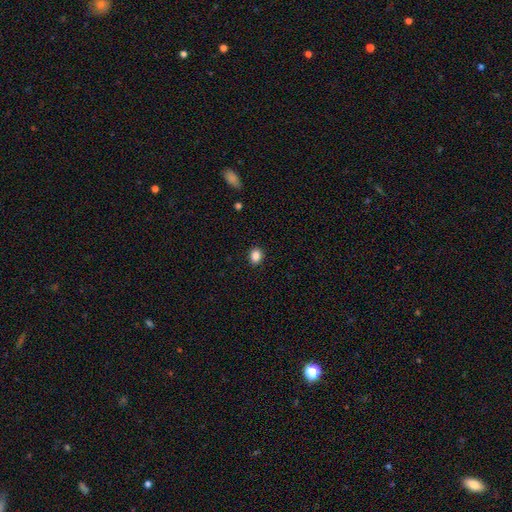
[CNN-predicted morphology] smooth-or-featured: smooth: 86% | star or artifact: 10% | featured or disk: 4%
  how-rounded: round: 56% | in between: 43% | cigar-shaped: 1%
  merging: none: 90% | minor disturbance: 7% | major disturbance: 2% | merger: 1%